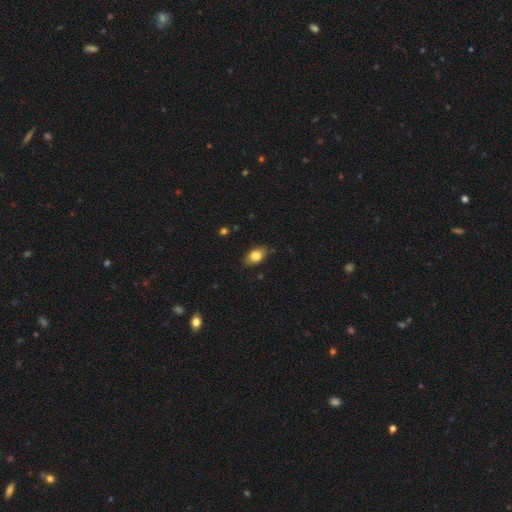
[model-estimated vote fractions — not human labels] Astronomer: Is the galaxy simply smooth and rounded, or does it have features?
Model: smooth — 79%.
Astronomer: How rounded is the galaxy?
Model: in between — 84%.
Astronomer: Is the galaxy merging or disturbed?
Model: none — 81%.